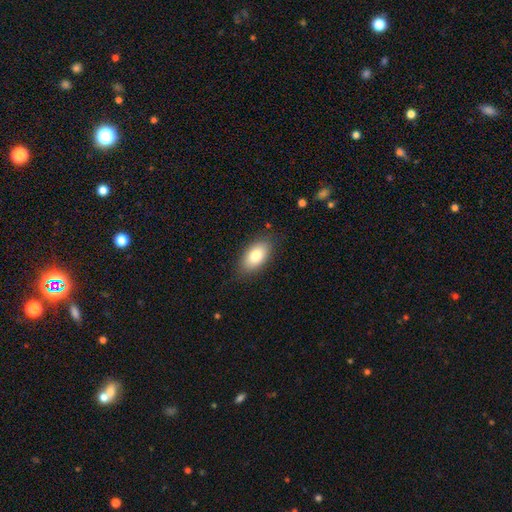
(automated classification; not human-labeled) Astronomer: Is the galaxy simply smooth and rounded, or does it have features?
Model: smooth — 82%.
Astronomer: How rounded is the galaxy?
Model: in between — 93%.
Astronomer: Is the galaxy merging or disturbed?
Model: none — 84%.